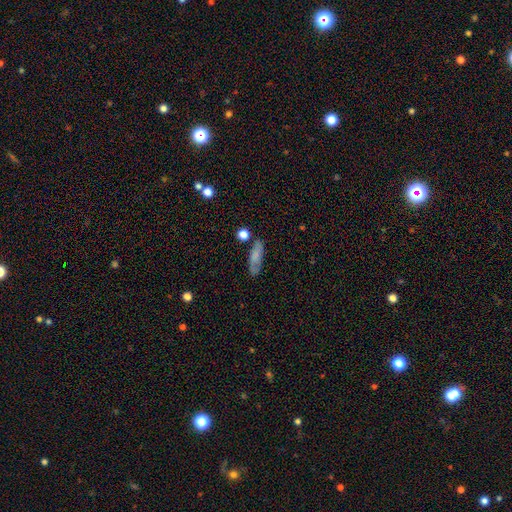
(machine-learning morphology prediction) This is likely a smooth galaxy (69%). How rounded: possibly in between (52%). Merging: likely none (67%).